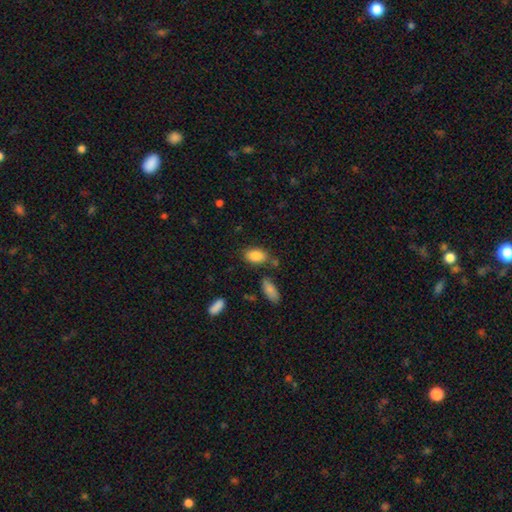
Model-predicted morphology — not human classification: Q: Smooth or featured?
A: smooth (86%); runner-up: star or artifact (8%)
Q: How rounded?
A: in between (91%); runner-up: round (6%)
Q: Merging?
A: none (70%); runner-up: minor disturbance (15%)